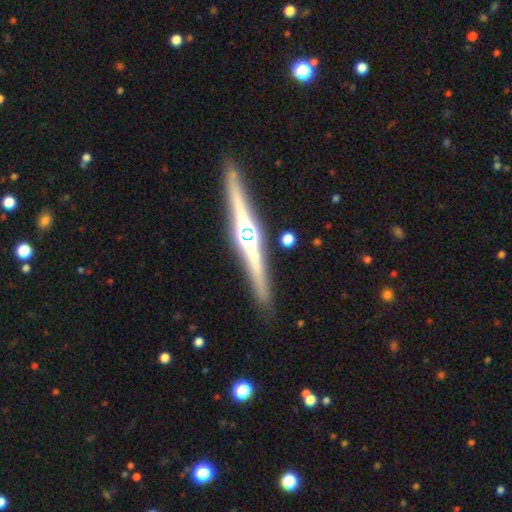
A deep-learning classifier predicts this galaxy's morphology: Smooth or featured: featured or disk — 71% (smooth — 20%)
Edge-on disk: yes — 97% (no — 3%)
Edge-on bulge: rounded — 69% (none — 23%)
Merging: none — 87% (minor disturbance — 8%)